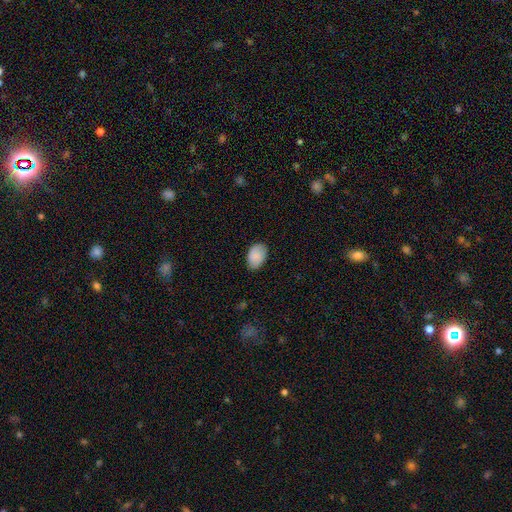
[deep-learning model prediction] Smooth or featured? smooth (87%)
How rounded? in between (87%)
Merging? none (79%)